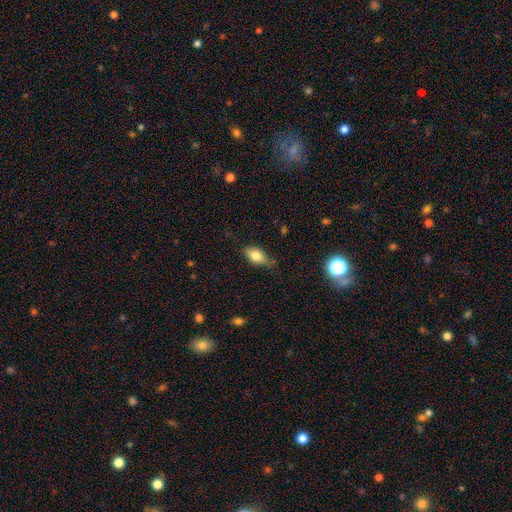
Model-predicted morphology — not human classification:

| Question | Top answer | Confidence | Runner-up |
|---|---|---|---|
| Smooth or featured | smooth | 76% | featured or disk (15%) |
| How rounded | in between | 86% | round (8%) |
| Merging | none | 68% | minor disturbance (26%) |